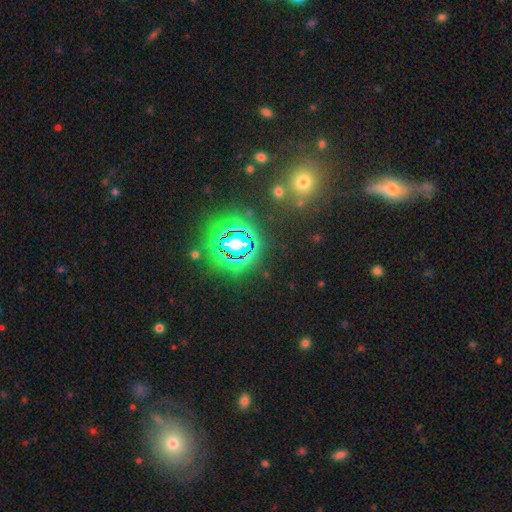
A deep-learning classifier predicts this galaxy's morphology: smooth-or-featured: star or artifact: 78% | smooth: 13% | featured or disk: 9%